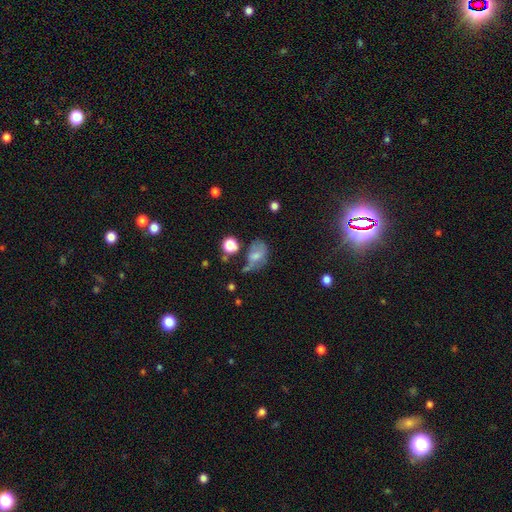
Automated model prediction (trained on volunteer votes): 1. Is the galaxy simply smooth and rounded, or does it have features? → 61% smooth, 26% featured or disk, 13% star or artifact.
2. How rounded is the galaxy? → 77% in between, 21% round, 2% cigar-shaped.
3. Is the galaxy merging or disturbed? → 34% none, 30% minor disturbance, 24% major disturbance, 12% merger.